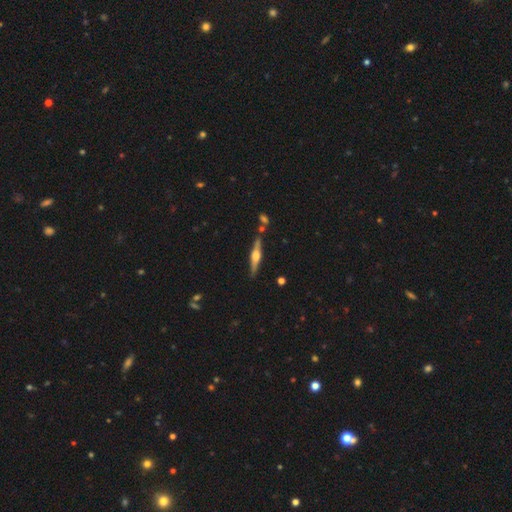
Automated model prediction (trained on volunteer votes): Smooth or featured?
  - featured or disk: 71% *
  - smooth: 22%
  - star or artifact: 6%
Edge-on disk?
  - yes: 97% *
  - no: 3%
Edge-on bulge?
  - rounded: 87% *
  - boxy: 10%
  - none: 3%
Merging?
  - none: 81% *
  - minor disturbance: 11%
  - merger: 6%
  - major disturbance: 2%